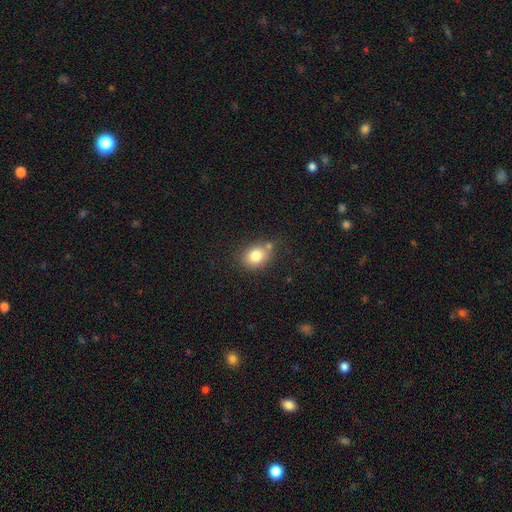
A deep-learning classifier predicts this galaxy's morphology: Smooth or featured? smooth (81%)
How rounded? in between (57%)
Merging? none (65%)